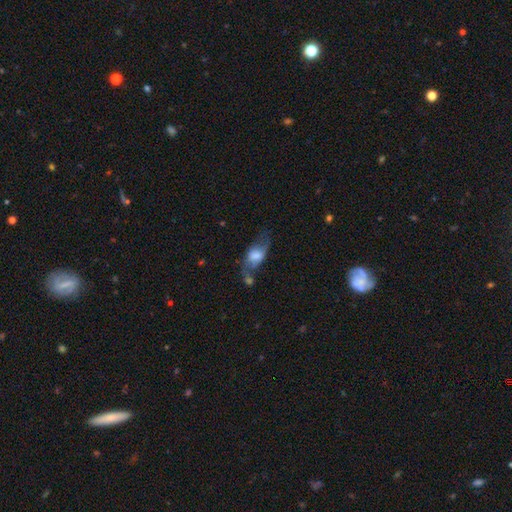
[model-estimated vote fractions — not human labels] Smooth or featured?
  - smooth: 46% * (tied)
  - featured or disk: 46% * (tied)
  - star or artifact: 8%
Merging?
  - none: 38% *
  - major disturbance: 23%
  - minor disturbance: 22%
  - merger: 17%